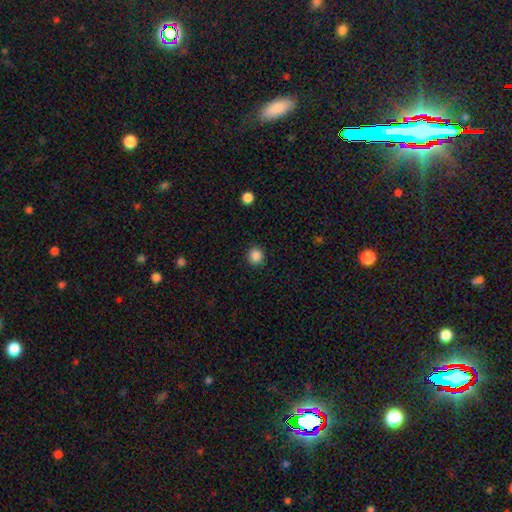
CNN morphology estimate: A smooth galaxy with no disk features (87%) that is round (91%). Merging: none (91%).